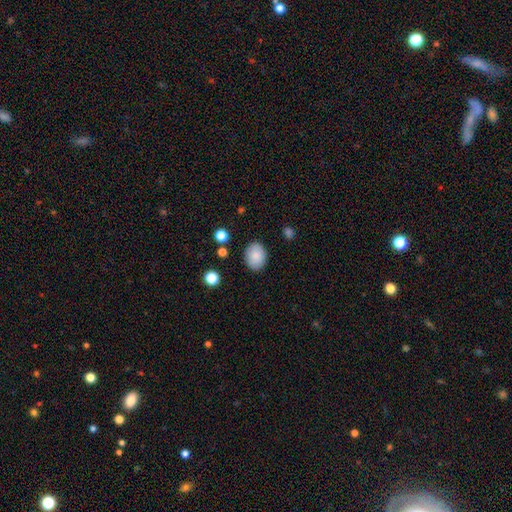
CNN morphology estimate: type=smooth (87%); roundness=in between (67%); merging=none (86%).